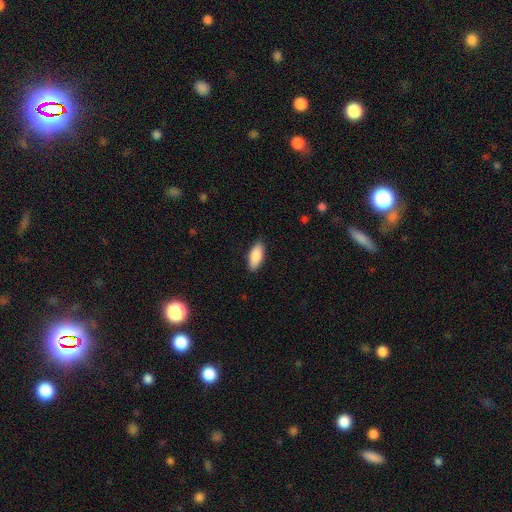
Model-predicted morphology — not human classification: smooth_or_featured: smooth (p=0.88) [alt: featured or disk p=0.07]
how_rounded: in between (p=0.85) [alt: cigar-shaped p=0.13]
merging: none (p=0.87) [alt: minor disturbance p=0.10]